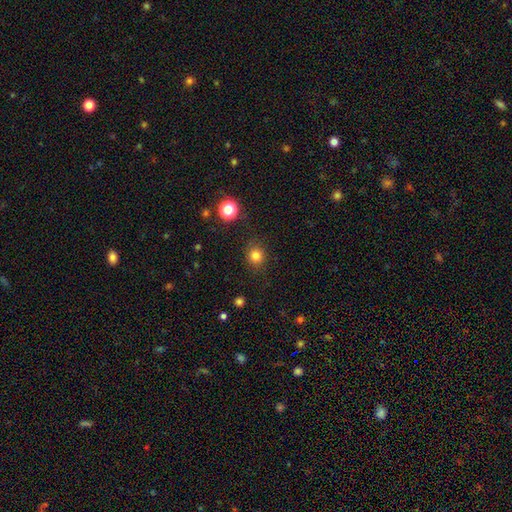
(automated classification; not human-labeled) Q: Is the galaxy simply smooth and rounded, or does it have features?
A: smooth — 81%.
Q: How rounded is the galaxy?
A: round — 87%.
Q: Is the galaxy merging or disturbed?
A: none — 87%.